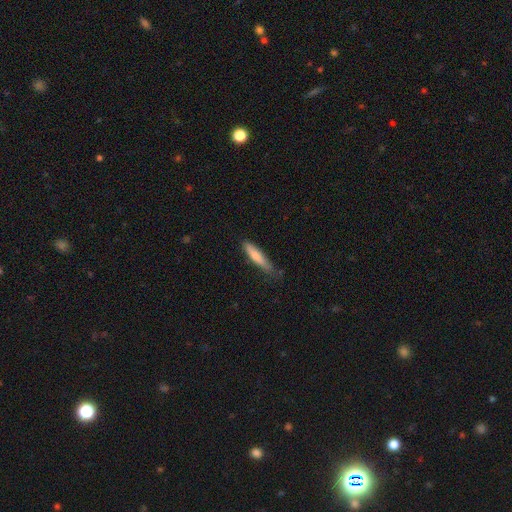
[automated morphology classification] This appears to be a smooth galaxy with no disk features (73%) that is cigar-shaped (85%). Merging: none (71%).